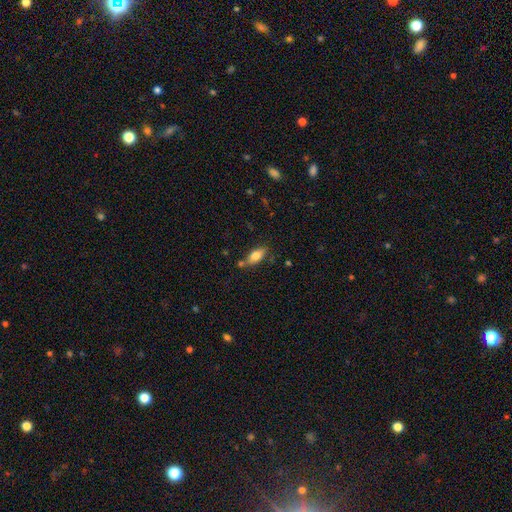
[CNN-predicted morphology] A smooth galaxy with no disk features (71%) that is in between round and cigar-shaped (80%). Merging: none (67%).